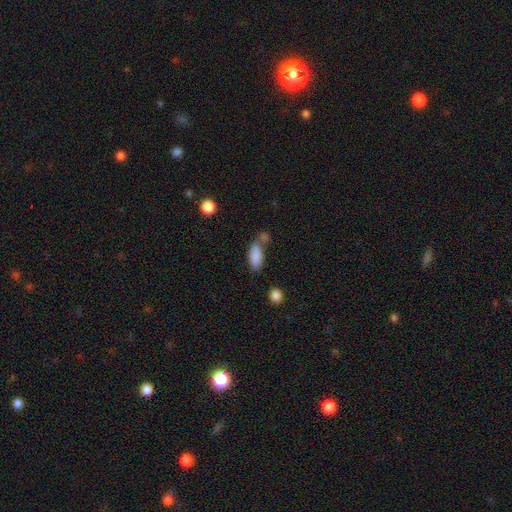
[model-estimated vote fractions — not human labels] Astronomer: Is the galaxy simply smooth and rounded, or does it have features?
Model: smooth — 86%.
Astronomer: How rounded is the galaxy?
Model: in between — 85%.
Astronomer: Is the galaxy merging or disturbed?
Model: none — 47% (runner-up: merger, 30%).